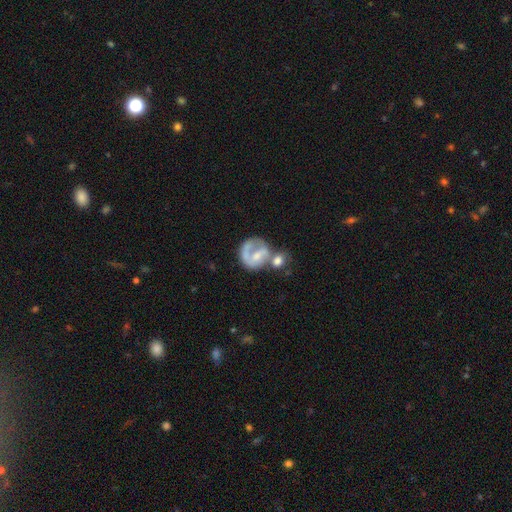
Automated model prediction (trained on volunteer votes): Smooth or featured? Predicted: featured or disk (p=0.53). Edge-on disk? Predicted: no (p=0.97). Bar? Predicted: no (p=0.55). Spiral arms? Predicted: no (p=0.55). Bulge size? Predicted: moderate (p=0.40). Merging? Predicted: merger (p=0.41).